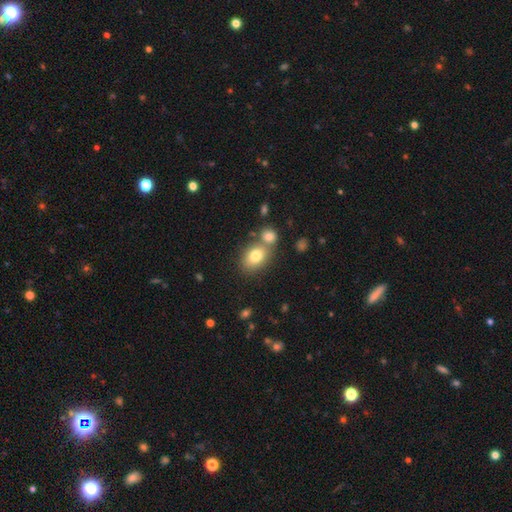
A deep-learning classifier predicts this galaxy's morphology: Q: Smooth or featured?
A: smooth (79%); runner-up: featured or disk (12%)
Q: How rounded?
A: in between (72%); runner-up: round (27%)
Q: Merging?
A: none (52%); runner-up: merger (34%)